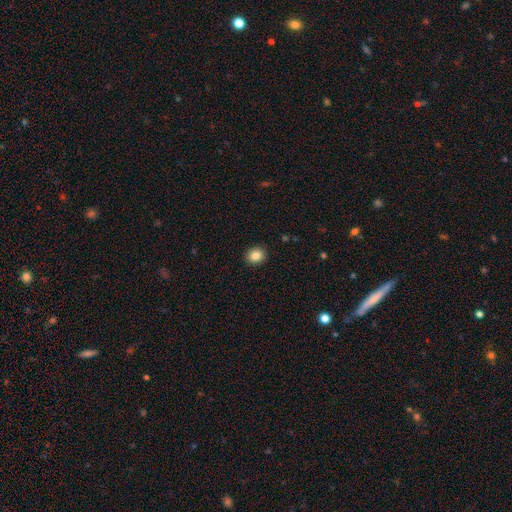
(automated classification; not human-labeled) Smooth or featured?
  - smooth: 85% *
  - star or artifact: 10%
  - featured or disk: 6%
How rounded?
  - round: 69% *
  - in between: 30%
  - cigar-shaped: 1%
Merging?
  - none: 92% *
  - minor disturbance: 6%
  - major disturbance: 2%
  - merger: 1%